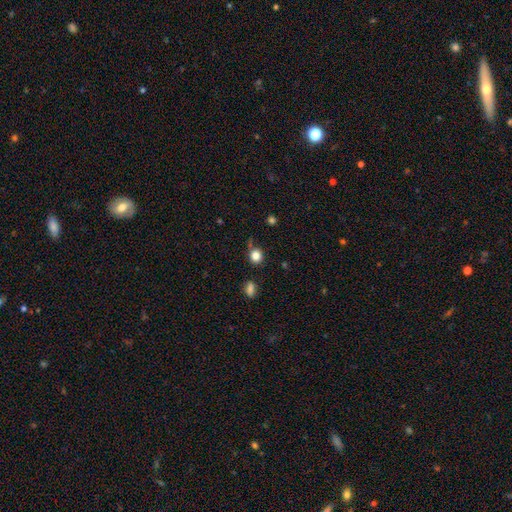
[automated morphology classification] The model was most divided on "merging": none: 70%, minor disturbance: 19%, major disturbance: 6%, merger: 5%. More confident: how rounded — round (83%); smooth or featured — smooth (82%).